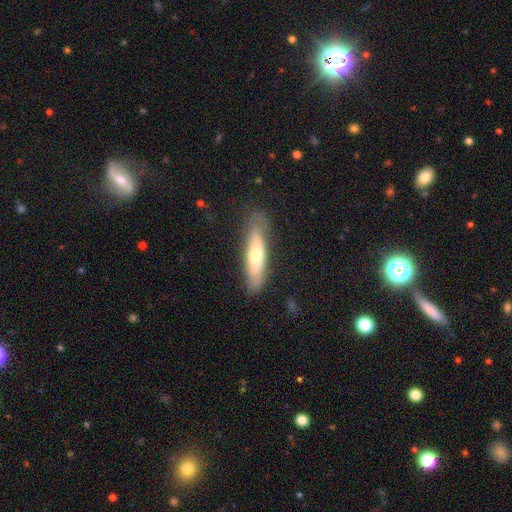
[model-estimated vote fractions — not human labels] smooth_or_featured: smooth (p=0.56) [alt: featured or disk p=0.38]
how_rounded: cigar-shaped (p=0.73) [alt: in between p=0.26]
merging: none (p=0.77) [alt: minor disturbance p=0.17]